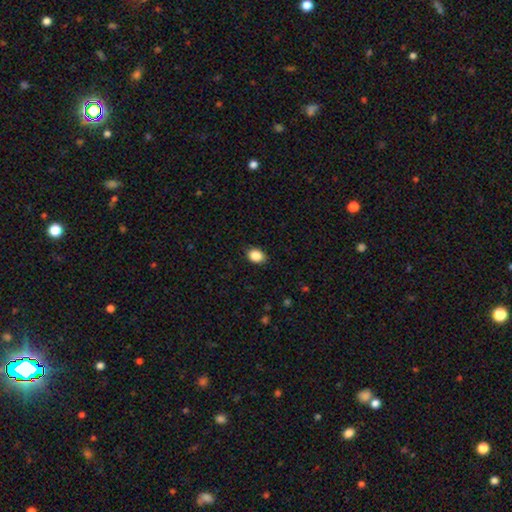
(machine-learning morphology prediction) Q: Smooth or featured?
A: smooth (88%); runner-up: star or artifact (9%)
Q: How rounded?
A: in between (67%); runner-up: round (32%)
Q: Merging?
A: none (89%); runner-up: minor disturbance (9%)